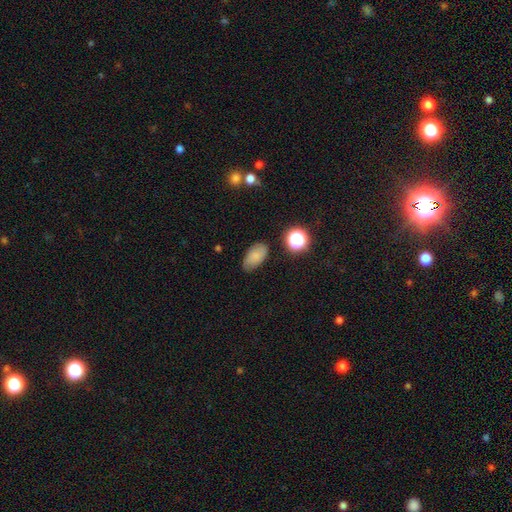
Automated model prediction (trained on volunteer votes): smooth 78%, star or artifact 11%, featured or disk 11%. Down the decision tree: how rounded — in between (91%); merging — none (76%).